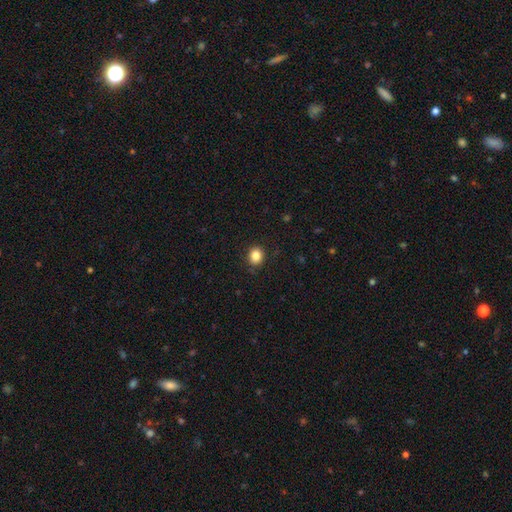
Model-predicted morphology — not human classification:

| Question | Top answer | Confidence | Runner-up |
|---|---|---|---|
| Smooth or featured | smooth | 84% | star or artifact (10%) |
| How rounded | round | 67% | in between (32%) |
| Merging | none | 88% | minor disturbance (8%) |